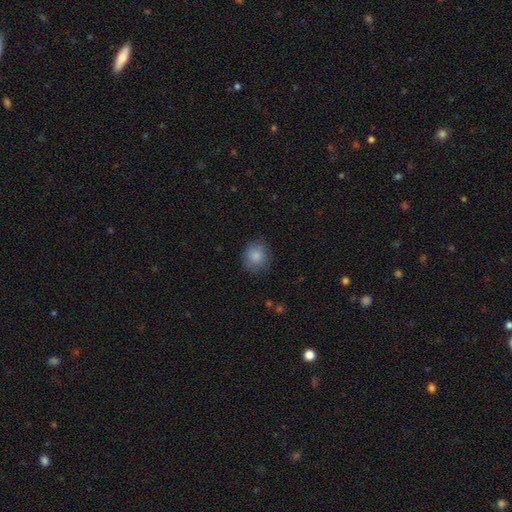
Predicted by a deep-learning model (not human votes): Morphology: type=smooth (86%); roundness=round (81%); merging=none (81%).